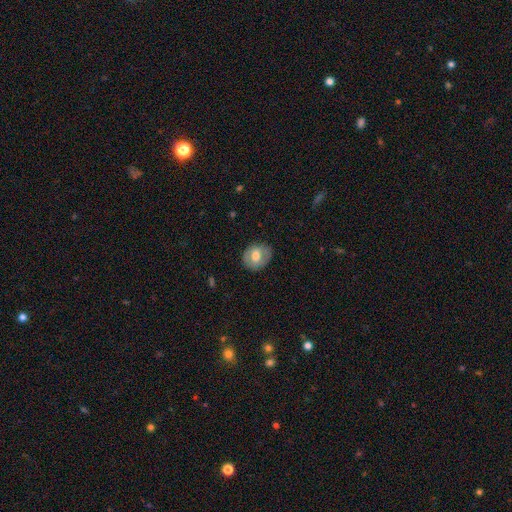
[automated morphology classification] Q: Smooth or featured?
A: smooth (60%); runner-up: featured or disk (32%)
Q: How rounded?
A: round (54%); runner-up: in between (44%)
Q: Merging?
A: none (81%); runner-up: minor disturbance (14%)